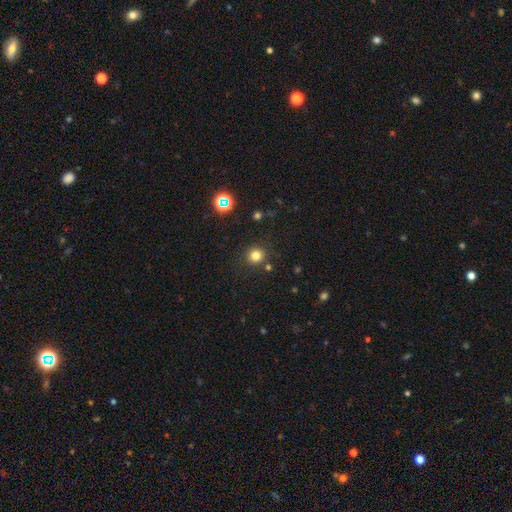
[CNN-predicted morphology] Q: Smooth or featured?
A: smooth (79%); runner-up: star or artifact (16%)
Q: How rounded?
A: round (91%); runner-up: in between (8%)
Q: Merging?
A: none (86%); runner-up: minor disturbance (7%)